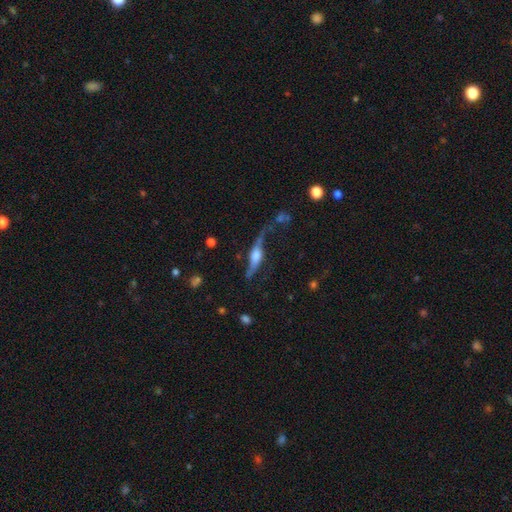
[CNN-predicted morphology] smooth-or-featured: featured or disk: 68% | smooth: 24% | star or artifact: 8%
  disk-edge-on: yes: 58% | no: 42%
  merging: none: 46% | minor disturbance: 24% | major disturbance: 24% | merger: 7%